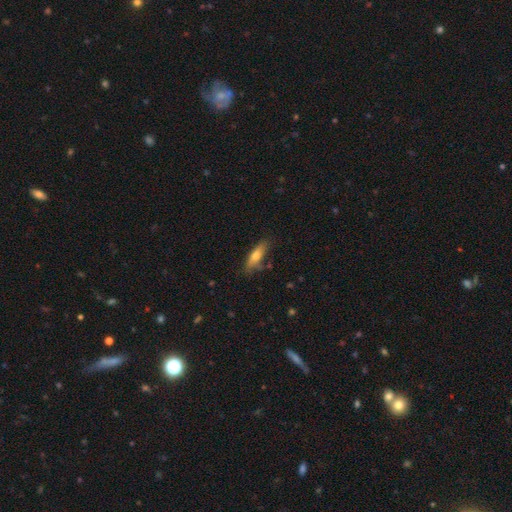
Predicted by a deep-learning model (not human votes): Smooth or featured? smooth (66%)
How rounded? cigar-shaped (55%)
Merging? none (70%)